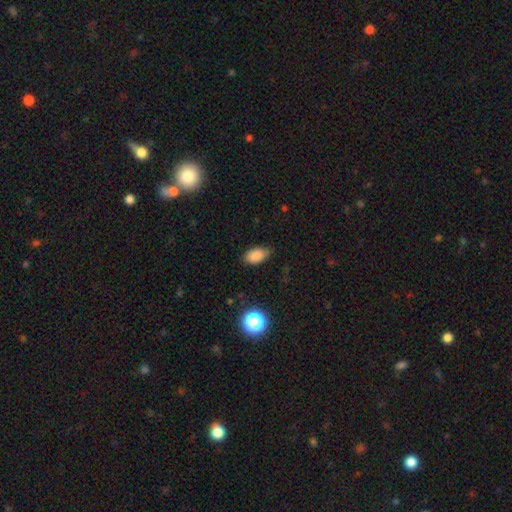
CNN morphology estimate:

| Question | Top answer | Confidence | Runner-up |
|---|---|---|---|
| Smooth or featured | smooth | 84% | star or artifact (10%) |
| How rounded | in between | 91% | round (7%) |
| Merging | none | 74% | minor disturbance (21%) |